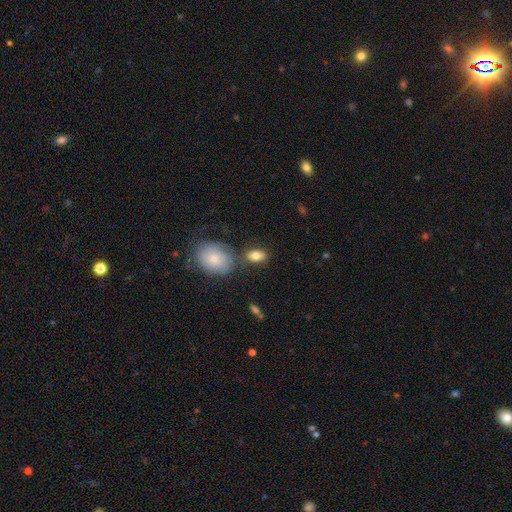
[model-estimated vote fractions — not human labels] Q: Smooth or featured?
A: smooth (80%); runner-up: featured or disk (12%)
Q: How rounded?
A: in between (84%); runner-up: round (14%)
Q: Merging?
A: none (68%); runner-up: minor disturbance (15%)